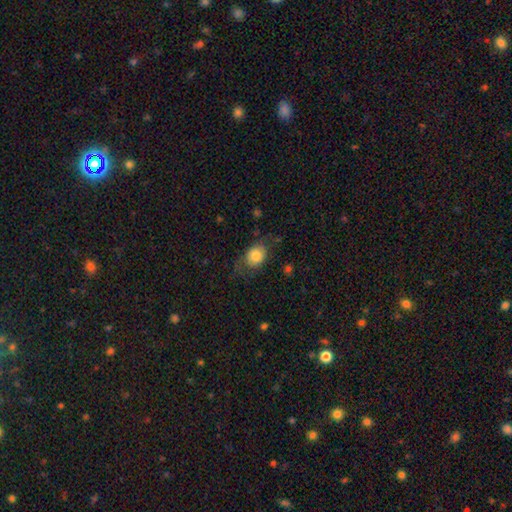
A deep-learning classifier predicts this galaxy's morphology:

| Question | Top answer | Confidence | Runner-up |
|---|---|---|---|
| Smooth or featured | smooth | 76% | featured or disk (15%) |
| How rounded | in between | 58% | round (40%) |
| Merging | none | 59% | minor disturbance (25%) |